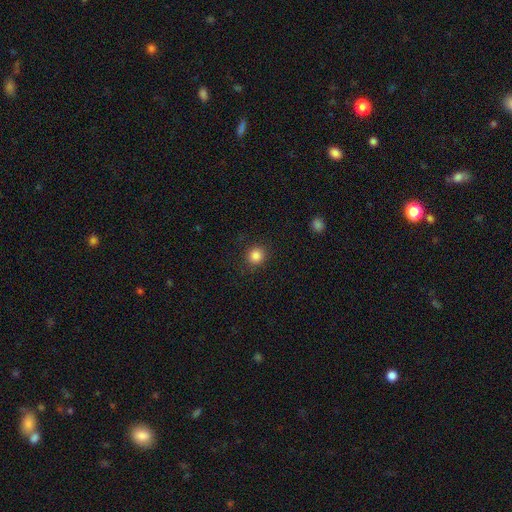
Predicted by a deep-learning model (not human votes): smooth-or-featured: smooth: 85% | star or artifact: 11% | featured or disk: 4%
  how-rounded: round: 89% | in between: 10% | cigar-shaped: 1%
  merging: none: 89% | minor disturbance: 7% | major disturbance: 3% | merger: 1%